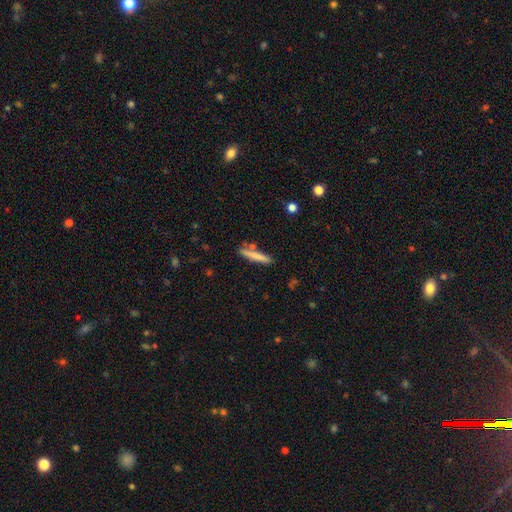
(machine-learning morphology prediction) Smooth or featured? Predicted: smooth (p=0.74). How rounded? Predicted: cigar-shaped (p=0.93). Merging? Predicted: none (p=0.79).